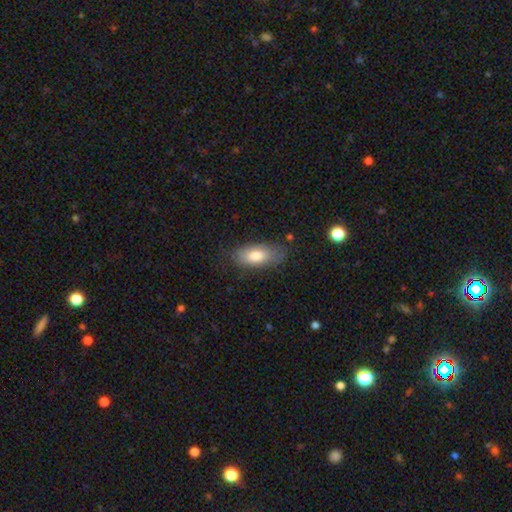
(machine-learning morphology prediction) smooth-or-featured: smooth: 78% | featured or disk: 15% | star or artifact: 7%
  how-rounded: in between: 85% | cigar-shaped: 12% | round: 3%
  merging: none: 71% | minor disturbance: 21% | major disturbance: 6% | merger: 2%